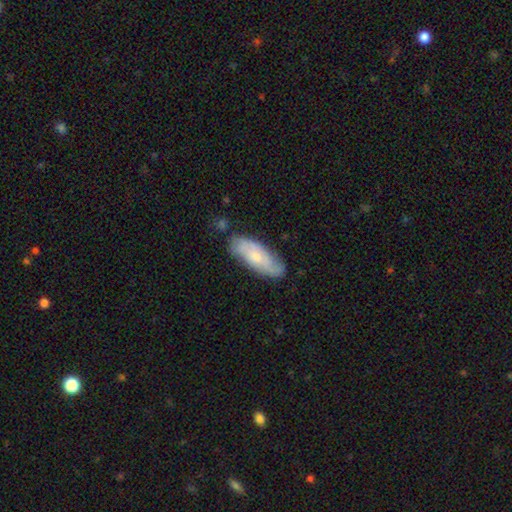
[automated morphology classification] Smooth or featured?
  - smooth: 47% * (tied)
  - featured or disk: 47% * (tied)
  - star or artifact: 6%
Merging?
  - none: 74% *
  - minor disturbance: 19%
  - major disturbance: 4%
  - merger: 3%